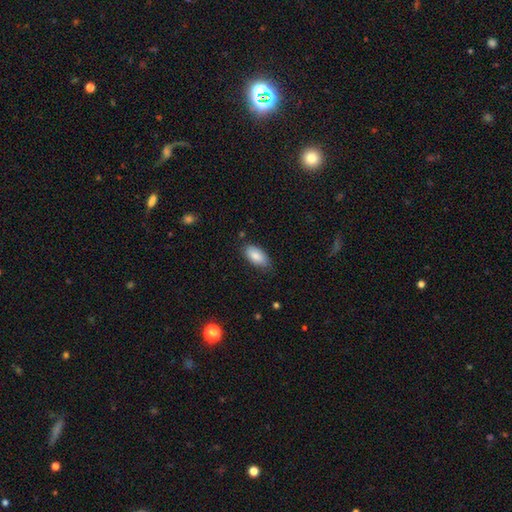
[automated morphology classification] Overall: smooth (86%). How rounded: in between (92%). Merging: none (76%).